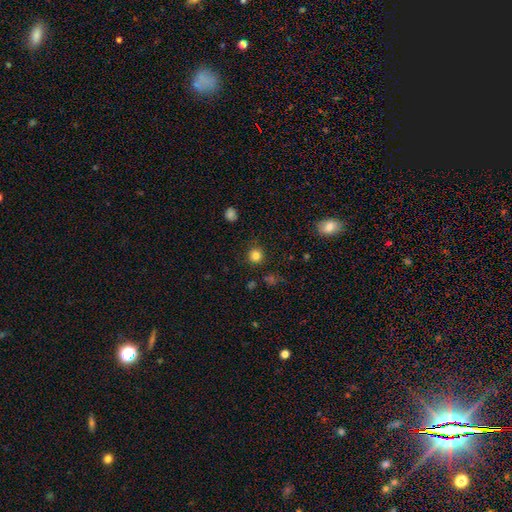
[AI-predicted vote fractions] This is clearly a smooth galaxy (82%). How rounded: clearly round (93%). Merging: clearly none (89%).